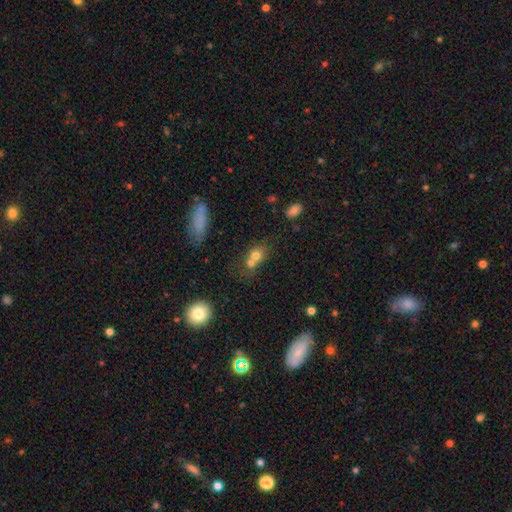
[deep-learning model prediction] Smooth or featured?
  - smooth: 72% *
  - featured or disk: 15%
  - star or artifact: 13%
How rounded?
  - round: 55% *
  - in between: 42%
  - cigar-shaped: 3%
Merging?
  - merger: 54% *
  - none: 32%
  - minor disturbance: 9%
  - major disturbance: 5%